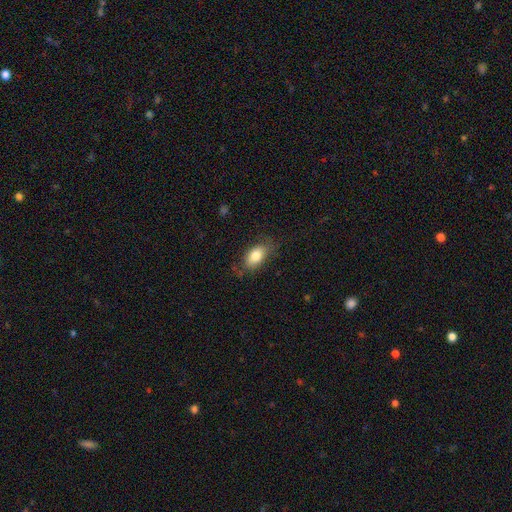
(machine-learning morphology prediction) Smooth or featured: smooth — 80% (featured or disk — 13%)
How rounded: in between — 90% (round — 7%)
Merging: none — 73% (minor disturbance — 20%)